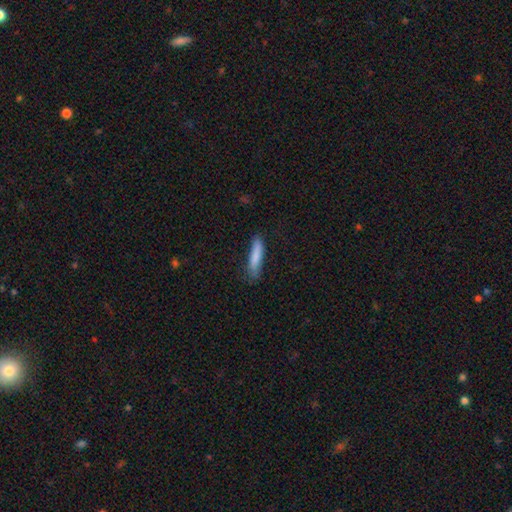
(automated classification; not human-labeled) Smooth or featured? Predicted: smooth (p=0.83). How rounded? Predicted: cigar-shaped (p=0.83). Merging? Predicted: none (p=0.74).